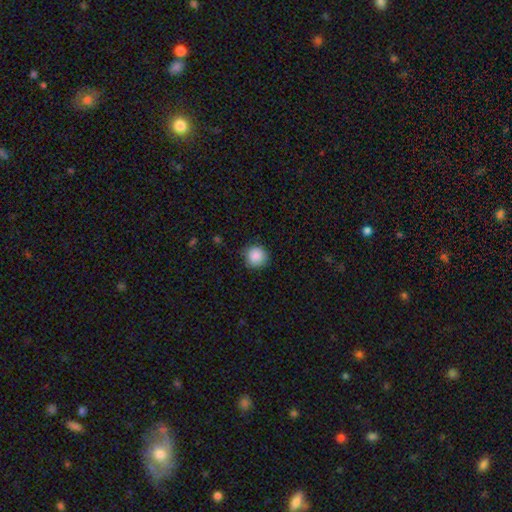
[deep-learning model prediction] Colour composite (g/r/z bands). It shows a smooth galaxy with no disk features (88%) that is round (94%). Merging: none (86%).